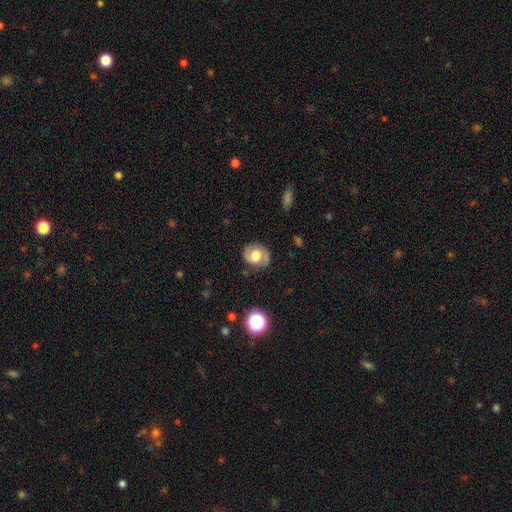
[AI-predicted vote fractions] Q: Smooth or featured?
A: featured or disk (46%); runner-up: smooth (45%)
Q: Merging?
A: none (78%); runner-up: minor disturbance (16%)